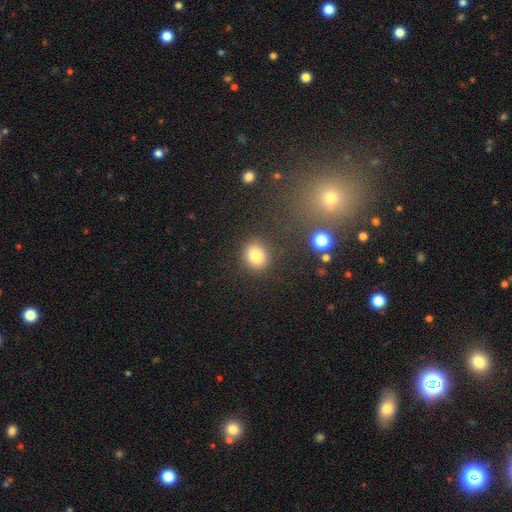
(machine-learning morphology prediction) Smooth or featured: smooth — 81% (star or artifact — 12%)
How rounded: round — 75% (in between — 24%)
Merging: none — 87% (minor disturbance — 8%)